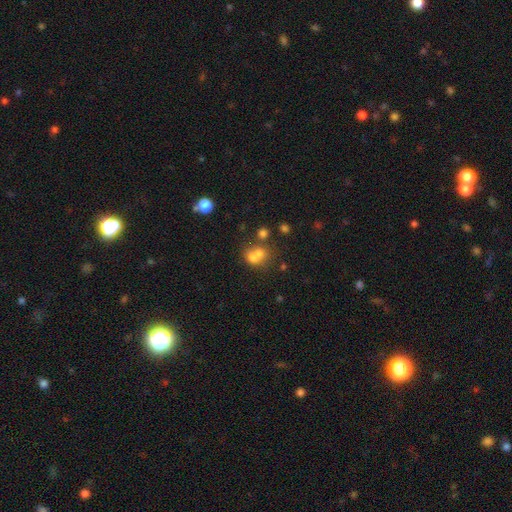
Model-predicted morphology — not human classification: This is likely a smooth galaxy (65%). How rounded: likely round (68%). Merging: possibly merger (59%).